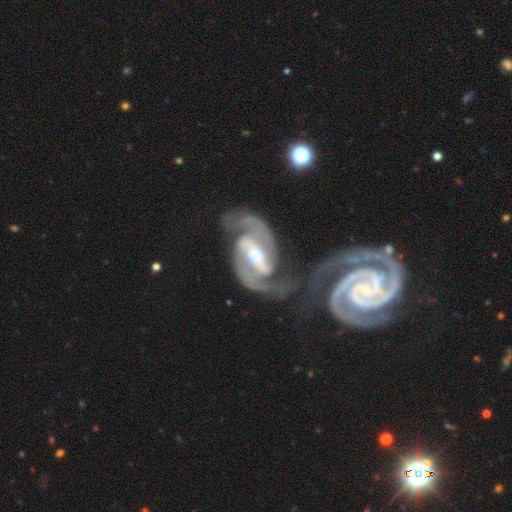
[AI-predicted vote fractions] A featured or disk galaxy (93%) with a strong bar (58%), 2 (93%) medium (55%) spiral arms (98%) and a moderate central bulge (68%).

Vote fractions:
- Smooth or featured? featured or disk: 93% / star or artifact: 4% / smooth: 3%
- Edge-on disk? no: 97% / yes: 3%
- Bar? strong: 58% / weak: 29% / no: 13%
- Spiral arms? yes: 98% / no: 2%
- Spiral winding? medium: 55% / loose: 25% / tight: 21%
- Spiral arm count? 2: 93% / can't tell: 2% / 3: 2% / 1: 1% / 4: 1% / more than 4: 1%
- Bulge size? moderate: 68% / small: 26% / large: 5% / dominant: 1% / none: 1%
- Merging? none: 60% / major disturbance: 19% / minor disturbance: 17% / merger: 4%